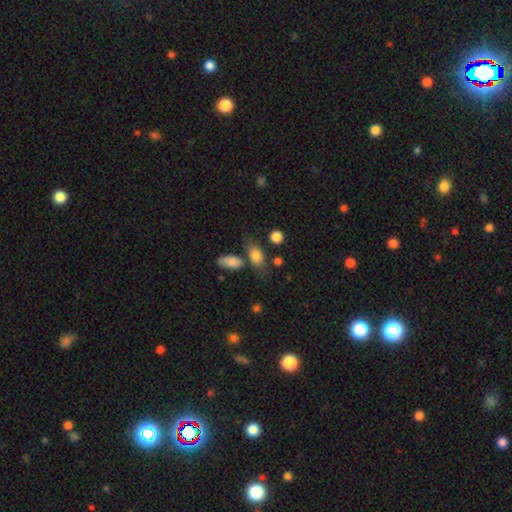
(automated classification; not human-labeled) This is clearly a smooth galaxy (82%). How rounded: likely in between (78%). Merging: likely none (62%).